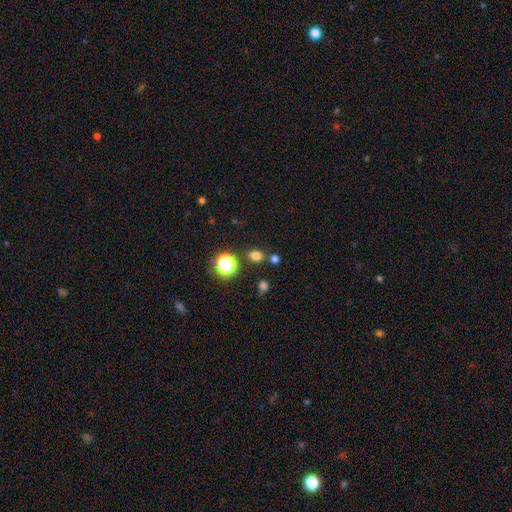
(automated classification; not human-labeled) smooth_or_featured: smooth (p=0.73) [alt: star or artifact p=0.22]
how_rounded: round (p=0.54) [alt: in between p=0.45]
merging: none (p=0.78) [alt: minor disturbance p=0.10]